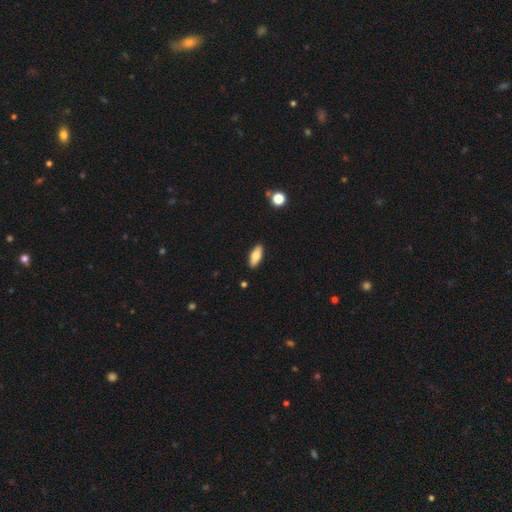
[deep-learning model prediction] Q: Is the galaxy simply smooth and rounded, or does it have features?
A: smooth — 72%.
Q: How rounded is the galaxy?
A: in between — 76%.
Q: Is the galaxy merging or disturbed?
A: none — 89%.